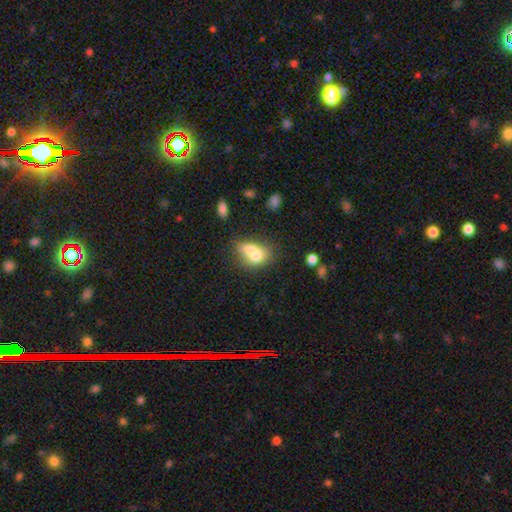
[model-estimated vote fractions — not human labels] Smooth or featured? Predicted: smooth (p=0.68). How rounded? Predicted: in between (p=0.68). Merging? Predicted: merger (p=0.55).